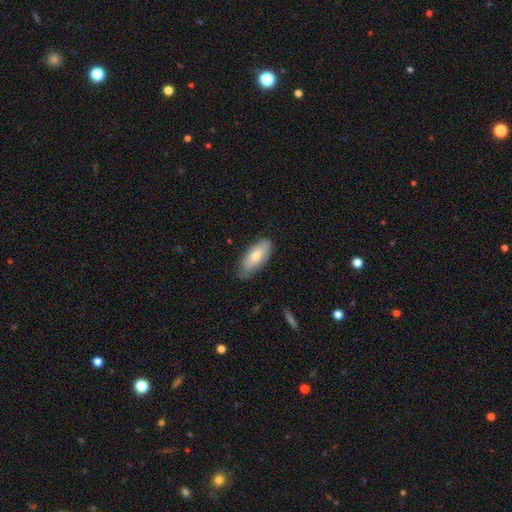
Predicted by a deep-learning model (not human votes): Smooth or featured? smooth (69%)
How rounded? in between (81%)
Merging? none (71%)